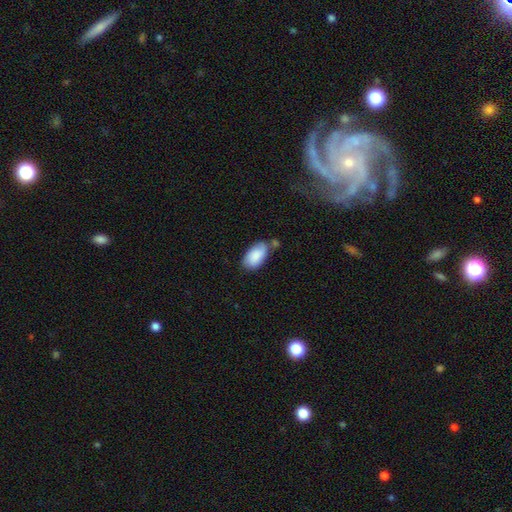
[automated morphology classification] Q: Smooth or featured?
A: smooth (85%); runner-up: featured or disk (9%)
Q: How rounded?
A: in between (95%); runner-up: round (3%)
Q: Merging?
A: none (53%); runner-up: minor disturbance (25%)